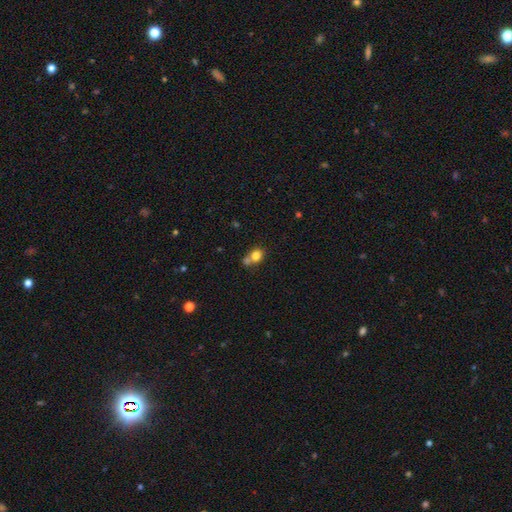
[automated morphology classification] smooth_or_featured: smooth (p=0.78) [alt: star or artifact p=0.11]
how_rounded: round (p=0.69) [alt: in between p=0.29]
merging: merger (p=0.42) [alt: none p=0.41]